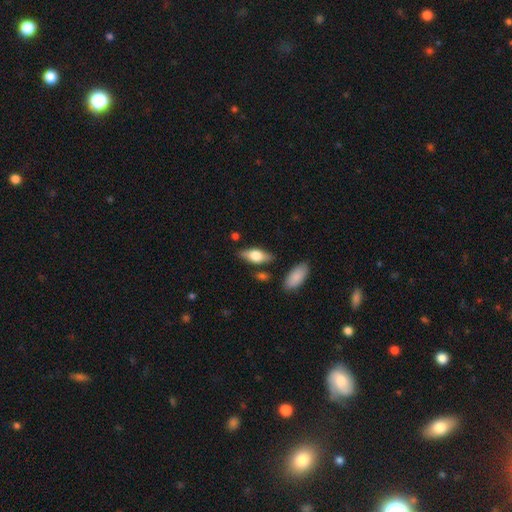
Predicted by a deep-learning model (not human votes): Smooth or featured? Predicted: smooth (p=0.59). How rounded? Predicted: in between (p=0.76). Merging? Predicted: none (p=0.80).